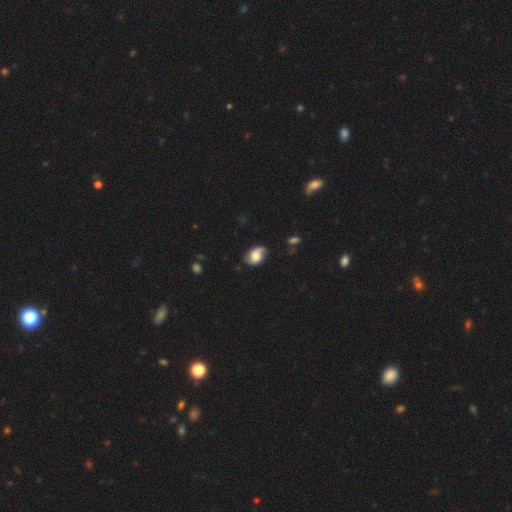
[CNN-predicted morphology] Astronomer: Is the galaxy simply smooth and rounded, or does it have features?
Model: featured or disk — 55% (runner-up: smooth, 37%).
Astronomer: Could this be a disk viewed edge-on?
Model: no — 97%.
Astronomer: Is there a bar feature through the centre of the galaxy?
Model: no — 61%.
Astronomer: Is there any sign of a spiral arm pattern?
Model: yes — 90%.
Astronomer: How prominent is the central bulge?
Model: large — 40% (runner-up: moderate, 28%).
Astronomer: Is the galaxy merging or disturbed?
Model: none — 60%.